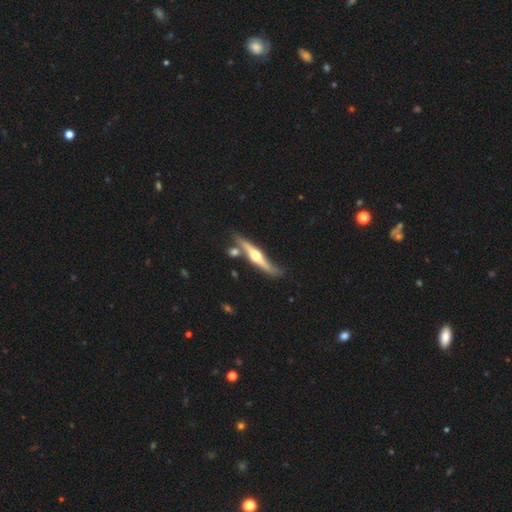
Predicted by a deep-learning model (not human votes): smooth_or_featured: featured or disk (p=0.75) [alt: smooth p=0.21]
disk_edge_on: yes (p=0.95) [alt: no p=0.05]
edge_on_bulge: rounded (p=0.95) [alt: none p=0.03]
merging: none (p=0.72) [alt: minor disturbance p=0.14]